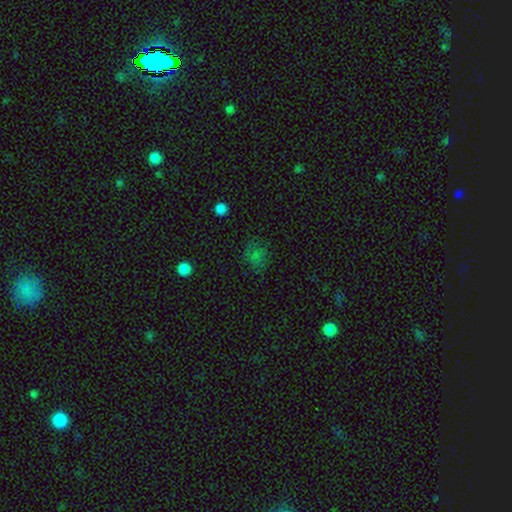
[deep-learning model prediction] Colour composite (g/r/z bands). It shows a smooth galaxy with no disk features (64%) that is round (64%). Merging: none (69%).